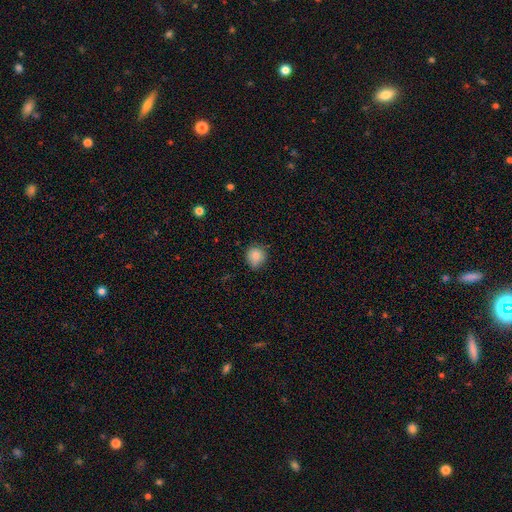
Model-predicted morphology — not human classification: Overall: smooth (85%). How rounded: round (88%). Merging: none (77%).